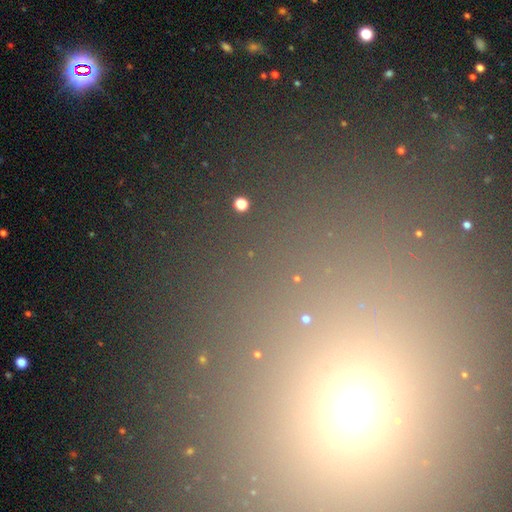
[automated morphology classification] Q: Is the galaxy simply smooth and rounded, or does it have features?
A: star or artifact — 57%.